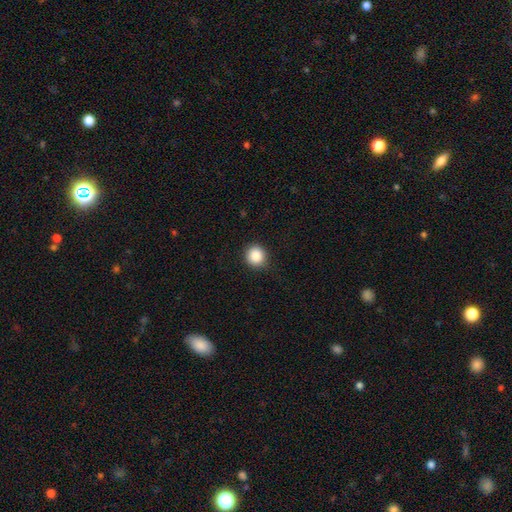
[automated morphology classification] A smooth galaxy with no disk features (88%) that is round (93%). Merging: none (90%).